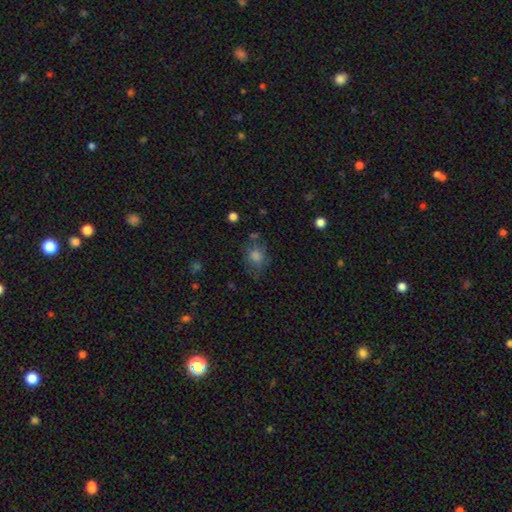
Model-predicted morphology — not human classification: Smooth or featured? smooth (70%)
How rounded? round (60%)
Merging? none (64%)